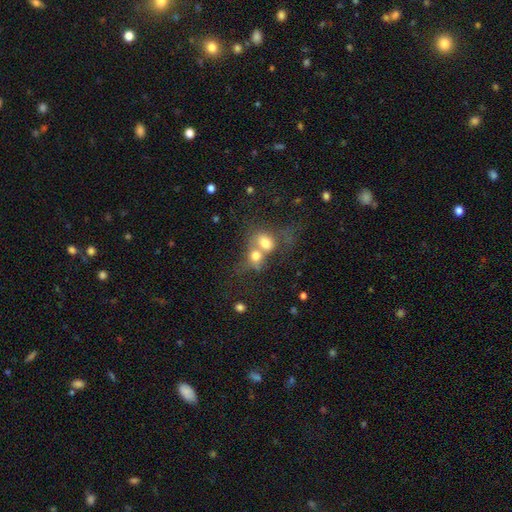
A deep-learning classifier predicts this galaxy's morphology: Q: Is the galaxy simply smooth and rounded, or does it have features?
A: smooth — 70%.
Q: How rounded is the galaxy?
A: round — 51%.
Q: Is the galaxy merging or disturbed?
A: merger — 72%.